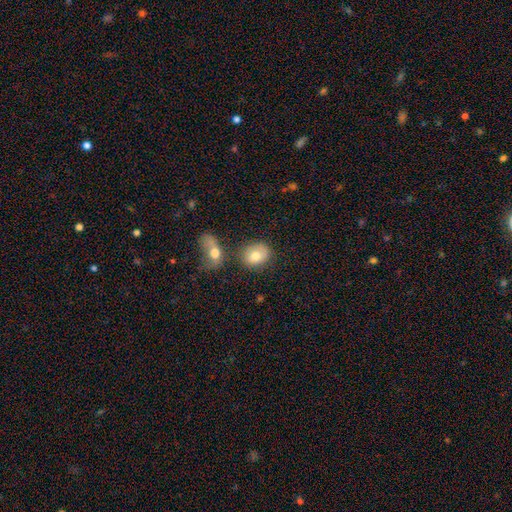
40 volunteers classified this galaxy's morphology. Smooth or featured?
  - smooth: 78% *
  - featured or disk: 15%
  - star or artifact: 8%
How rounded?
  - round: 52% *
  - in between: 45%
  - cigar-shaped: 3%
Merging?
  - none: 65% *
  - merger: 22%
  - minor disturbance: 14%
  - major disturbance: 0%